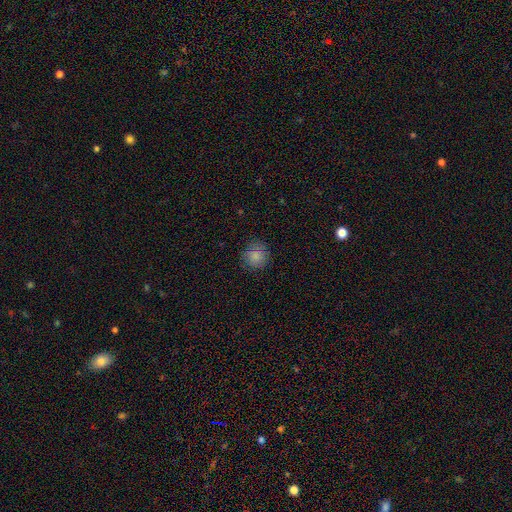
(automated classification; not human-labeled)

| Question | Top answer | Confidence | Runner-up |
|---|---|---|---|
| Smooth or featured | smooth | 85% | star or artifact (10%) |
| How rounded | round | 92% | in between (8%) |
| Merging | none | 84% | minor disturbance (12%) |